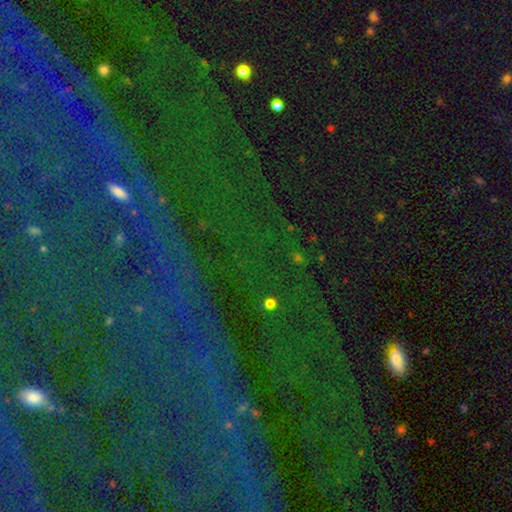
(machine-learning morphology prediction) Smooth or featured? Predicted: star or artifact (p=0.80).